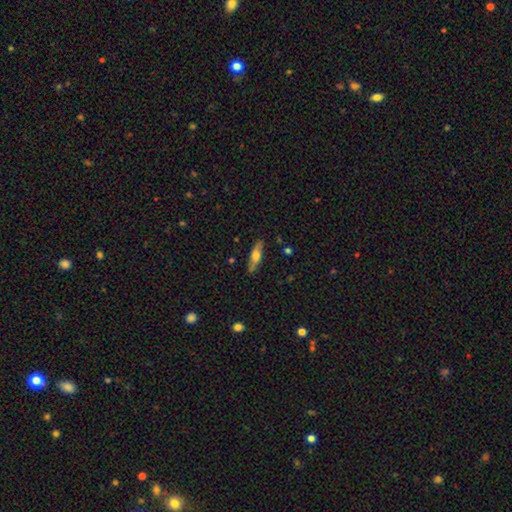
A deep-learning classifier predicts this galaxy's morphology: Smooth or featured? Predicted: smooth (p=0.49). Merging? Predicted: none (p=0.84).